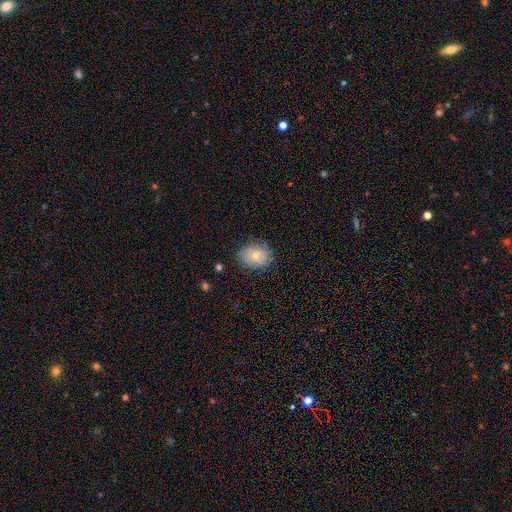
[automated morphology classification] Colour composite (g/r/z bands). It shows a smooth galaxy with no disk features (76%) that is in between round and cigar-shaped (57%). Merging: none (76%).